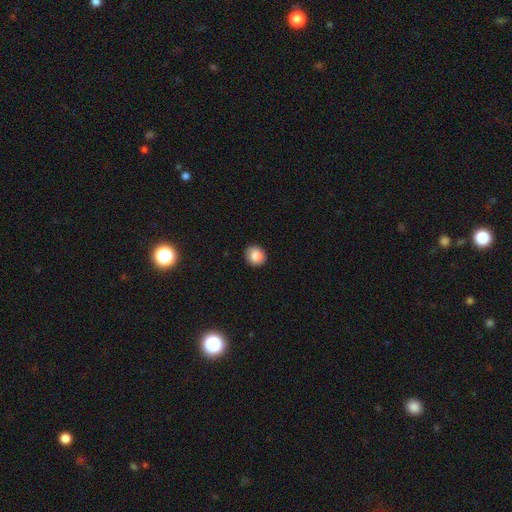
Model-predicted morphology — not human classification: Smooth or featured? smooth (86%)
How rounded? round (86%)
Merging? none (89%)